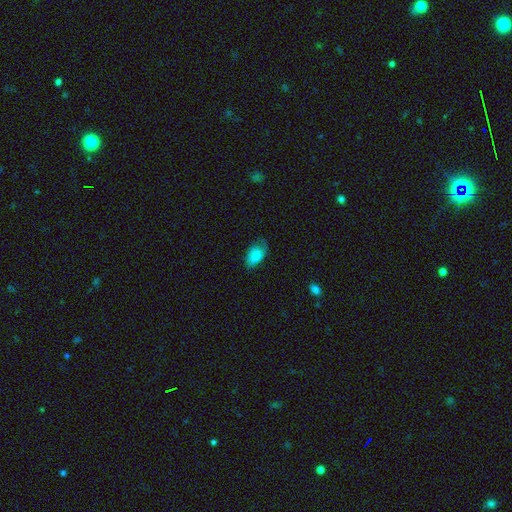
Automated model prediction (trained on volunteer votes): Smooth or featured: smooth — 82% (featured or disk — 10%)
How rounded: in between — 90% (round — 8%)
Merging: none — 56% (minor disturbance — 32%)